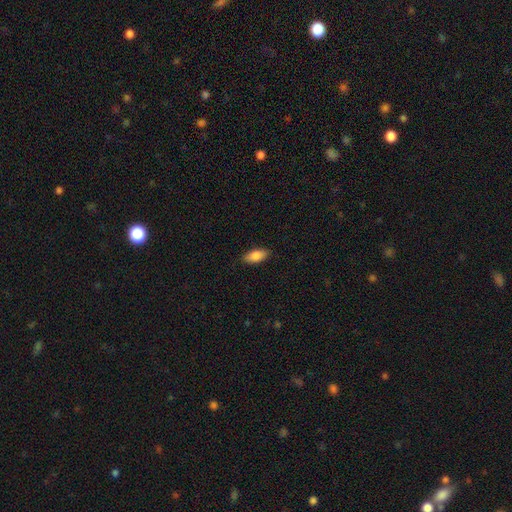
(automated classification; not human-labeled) This is clearly a smooth galaxy (85%). How rounded: clearly in between (88%). Merging: clearly none (87%).